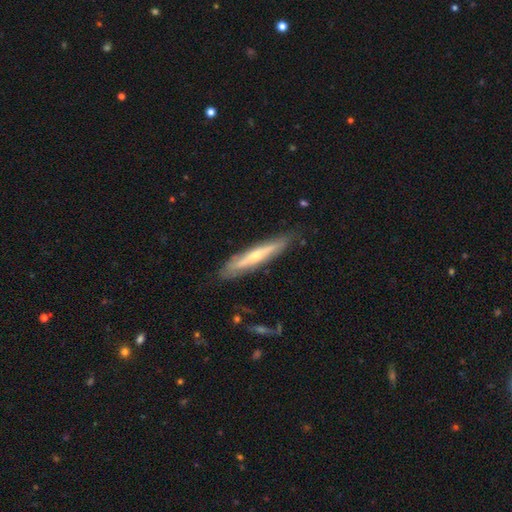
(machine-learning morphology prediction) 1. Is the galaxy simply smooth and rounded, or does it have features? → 61% featured or disk, 34% smooth, 6% star or artifact.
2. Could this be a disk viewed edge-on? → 83% yes, 17% no.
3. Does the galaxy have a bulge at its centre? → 77% rounded, 20% none, 3% boxy.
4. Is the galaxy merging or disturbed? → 82% none, 14% minor disturbance, 3% major disturbance, 1% merger.